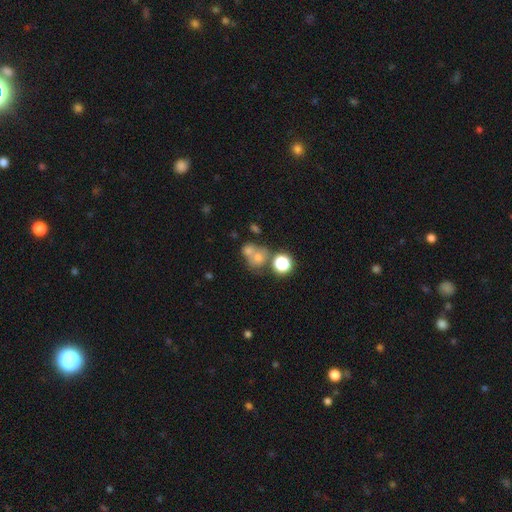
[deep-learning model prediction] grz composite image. It shows a smooth galaxy with no disk features (65%) that is round (72%). Merging: merger (51%).